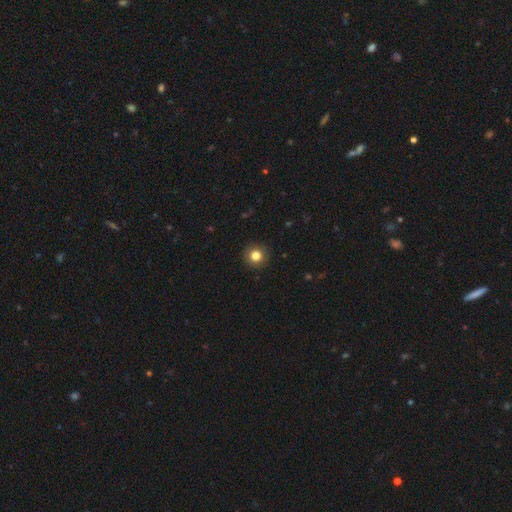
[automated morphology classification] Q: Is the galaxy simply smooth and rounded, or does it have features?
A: smooth — 83%.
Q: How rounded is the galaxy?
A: round — 94%.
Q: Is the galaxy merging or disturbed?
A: none — 91%.